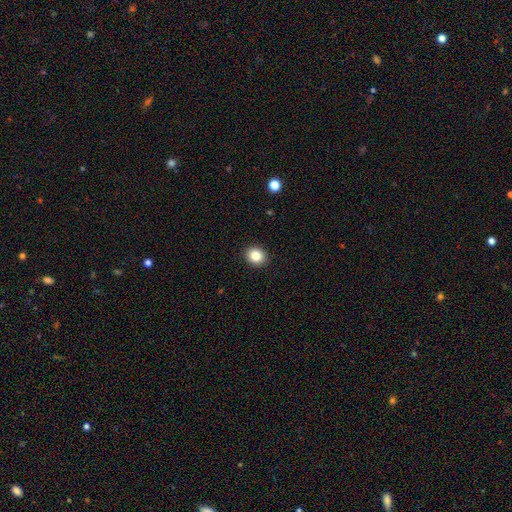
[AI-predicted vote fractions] Morphology: type=smooth (84%); roundness=round (75%); merging=none (92%).